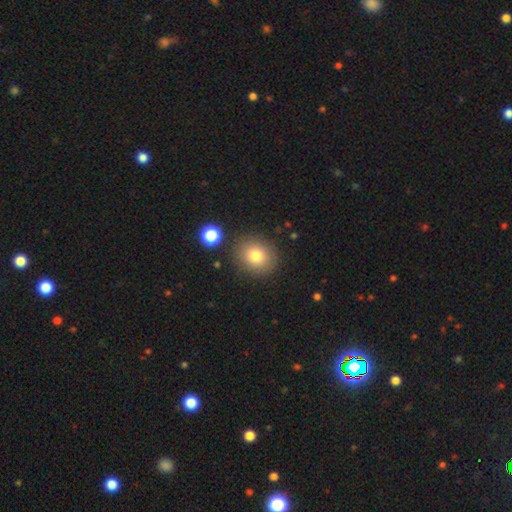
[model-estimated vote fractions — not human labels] smooth-or-featured: smooth: 79% | star or artifact: 11% | featured or disk: 10%
  how-rounded: round: 73% | in between: 26% | cigar-shaped: 1%
  merging: none: 84% | minor disturbance: 9% | merger: 4% | major disturbance: 3%